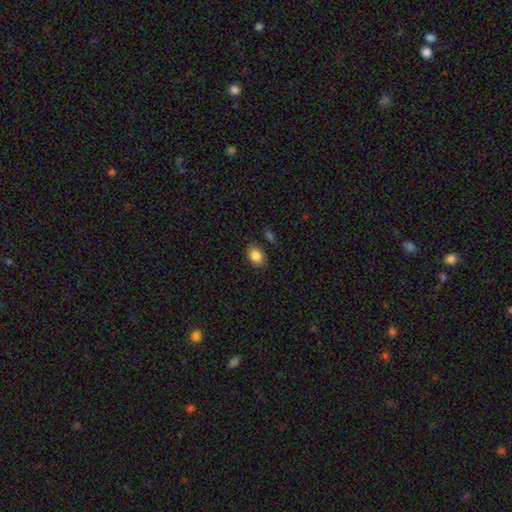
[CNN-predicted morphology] type=smooth (85%); roundness=in between (70%); merging=none (82%).